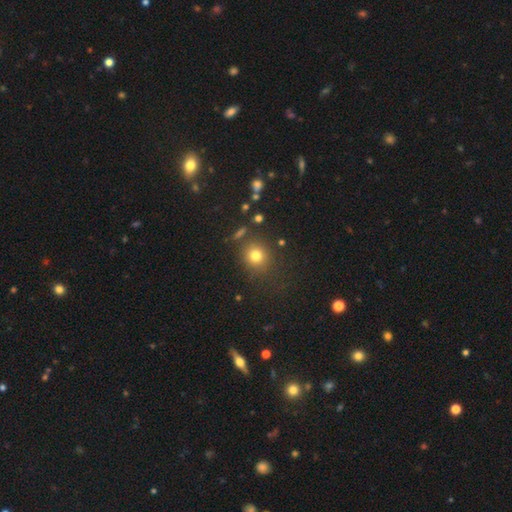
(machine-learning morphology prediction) smooth-or-featured: smooth: 77% | star or artifact: 15% | featured or disk: 8%
  how-rounded: round: 87% | in between: 12% | cigar-shaped: 1%
  merging: none: 80% | minor disturbance: 10% | merger: 5% | major disturbance: 5%